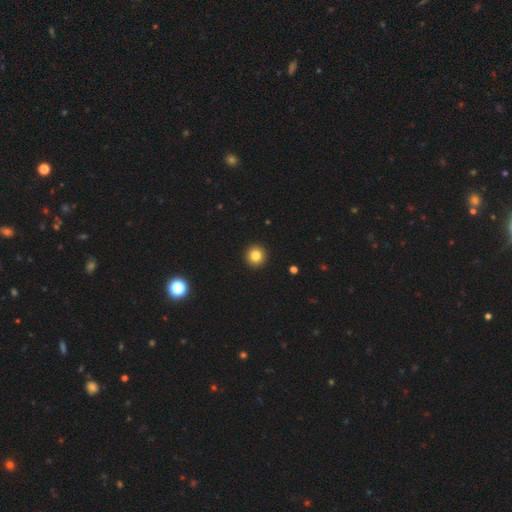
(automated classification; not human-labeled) A smooth galaxy with no disk features (83%) that is round (95%). Merging: none (94%).